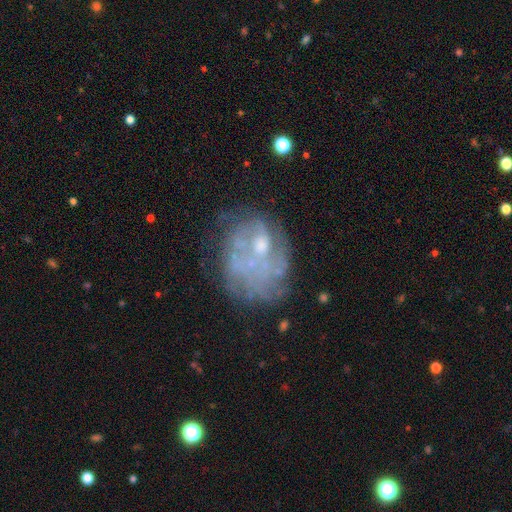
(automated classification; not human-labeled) Smooth or featured?
  - featured or disk: 64% *
  - smooth: 23%
  - star or artifact: 13%
Edge-on disk?
  - no: 98% *
  - yes: 2%
Bar?
  - no: 86% *
  - weak: 12%
  - strong: 3%
Spiral arms?
  - no: 71% *
  - yes: 29%
Bulge size?
  - small: 36% *
  - moderate: 31%
  - none: 29%
  - large: 3%
  - dominant: 1%
Merging?
  - none: 49% *
  - major disturbance: 22%
  - minor disturbance: 21%
  - merger: 7%